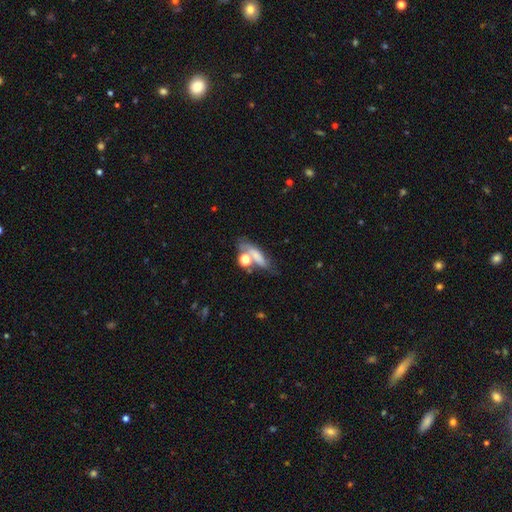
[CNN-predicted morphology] smooth-or-featured: smooth: 63% | featured or disk: 24% | star or artifact: 13%
  how-rounded: in between: 45% | cigar-shaped: 40% | round: 15%
  merging: none: 43% | merger: 23% | minor disturbance: 20% | major disturbance: 14%